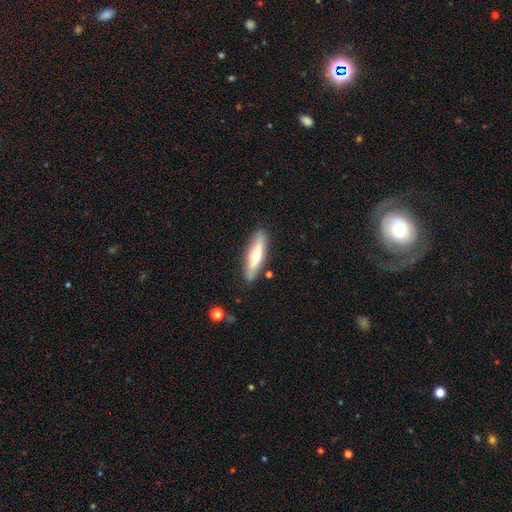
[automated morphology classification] type=smooth (49%); merging=none (86%).